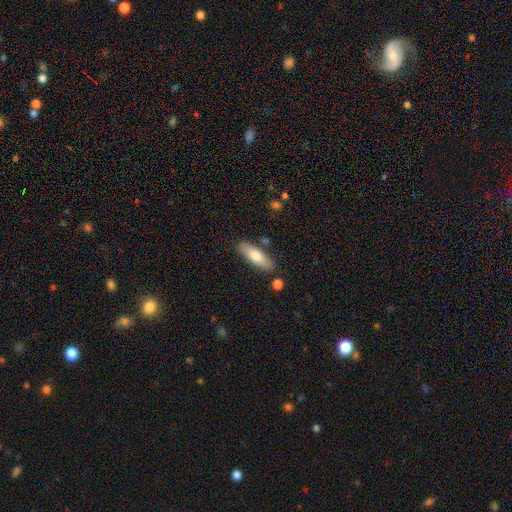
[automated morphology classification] smooth_or_featured: smooth (p=0.74) [alt: featured or disk p=0.20]
how_rounded: in between (p=0.58) [alt: cigar-shaped p=0.39]
merging: none (p=0.81) [alt: minor disturbance p=0.12]